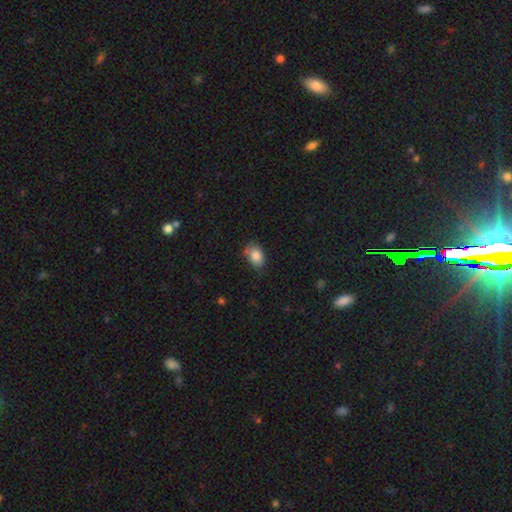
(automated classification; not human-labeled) smooth_or_featured: smooth (p=0.85) [alt: star or artifact p=0.08]
how_rounded: in between (p=0.79) [alt: round p=0.20]
merging: none (p=0.67) [alt: minor disturbance p=0.27]